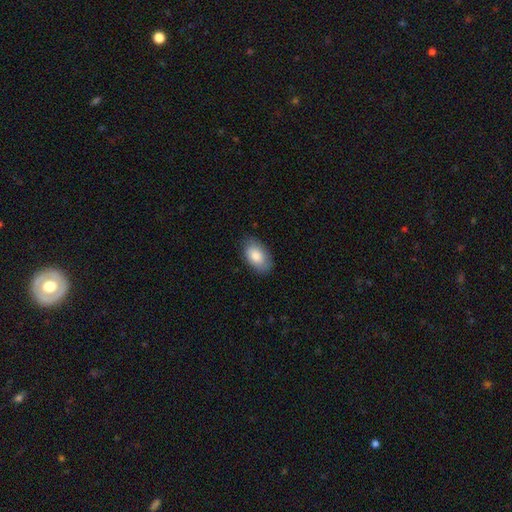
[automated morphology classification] Smooth or featured: smooth — 84% (featured or disk — 10%)
How rounded: in between — 93% (round — 5%)
Merging: none — 82% (minor disturbance — 14%)